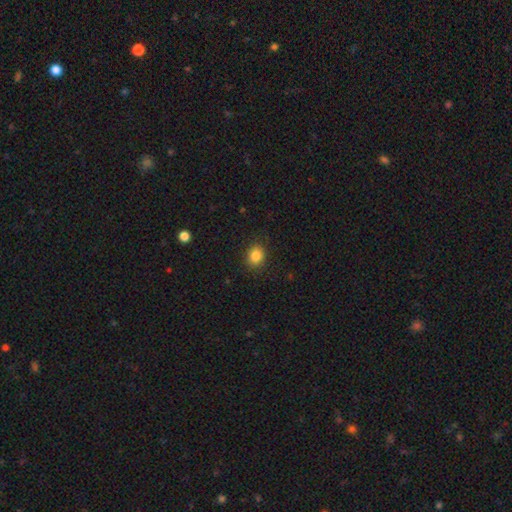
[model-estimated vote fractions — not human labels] smooth_or_featured: smooth (p=0.85) [alt: star or artifact p=0.11]
how_rounded: round (p=0.64) [alt: in between p=0.35]
merging: none (p=0.88) [alt: minor disturbance p=0.09]